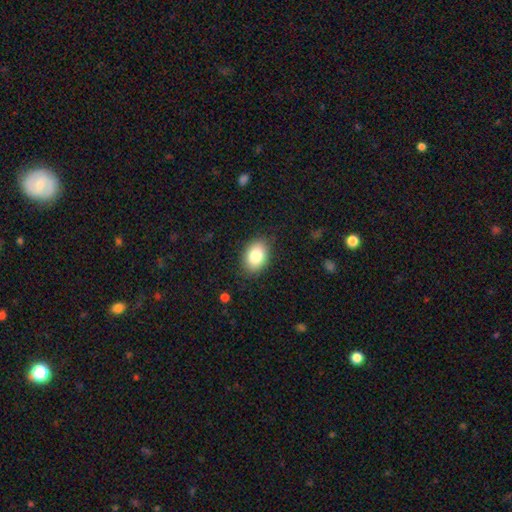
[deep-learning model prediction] This appears to be a smooth galaxy with no disk features (83%) that is in between round and cigar-shaped (80%). Merging: none (85%).